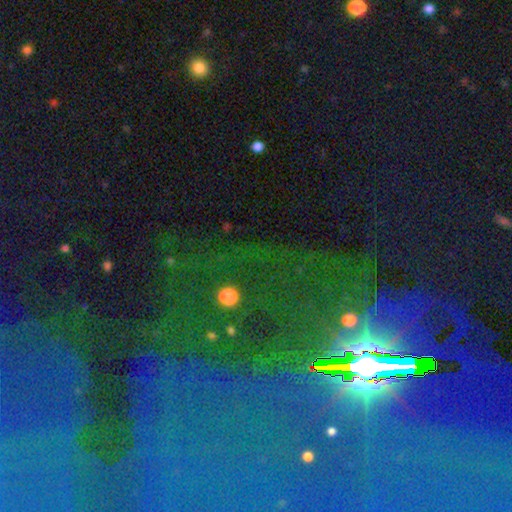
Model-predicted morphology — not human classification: Q: Smooth or featured?
A: star or artifact (75%); runner-up: featured or disk (14%)